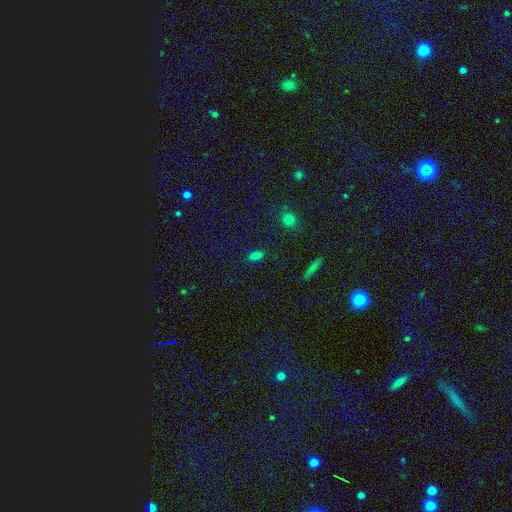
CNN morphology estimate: smooth-or-featured: smooth: 77% | star or artifact: 16% | featured or disk: 7%
  how-rounded: in between: 82% | cigar-shaped: 11% | round: 7%
  merging: none: 83% | minor disturbance: 11% | major disturbance: 3% | merger: 2%